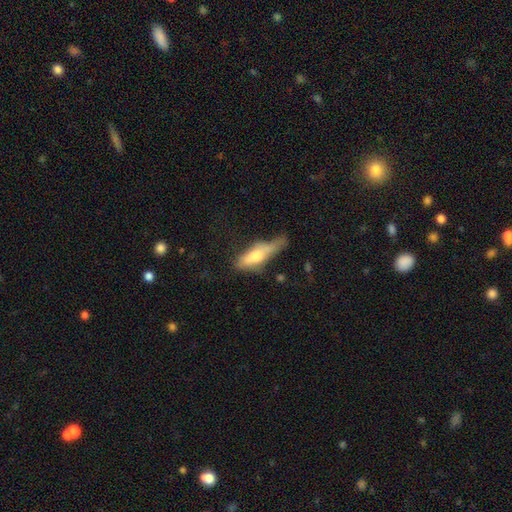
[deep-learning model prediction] smooth_or_featured: smooth (p=0.60) [alt: featured or disk p=0.33]
how_rounded: cigar-shaped (p=0.54) [alt: in between p=0.43]
merging: minor disturbance (p=0.36) [alt: none p=0.32]